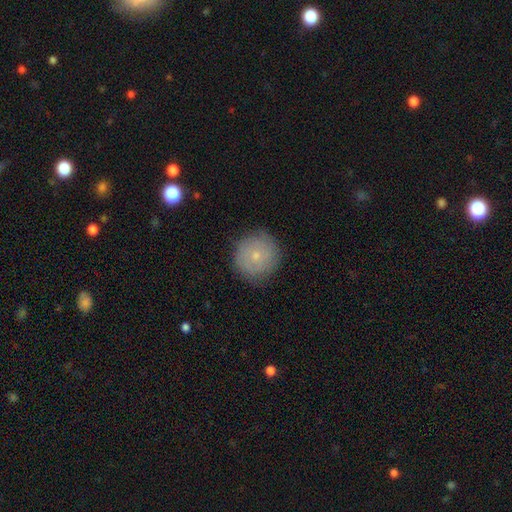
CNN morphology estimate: Q: Smooth or featured?
A: smooth (60%); runner-up: featured or disk (31%)
Q: How rounded?
A: round (94%); runner-up: in between (5%)
Q: Merging?
A: none (84%); runner-up: minor disturbance (12%)